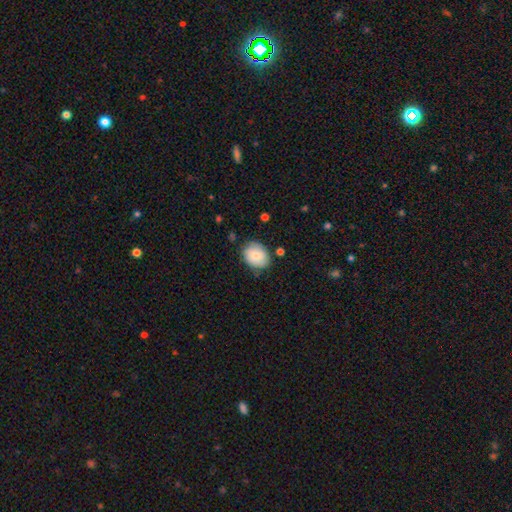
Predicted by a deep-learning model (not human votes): Overall: smooth (78%). How rounded: in between (53%; round 46%). Merging: none (73%).